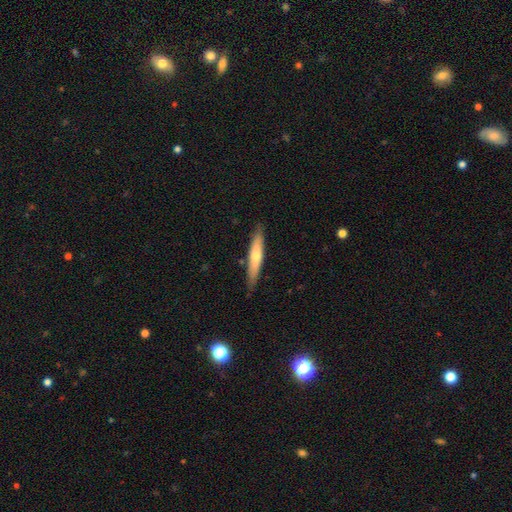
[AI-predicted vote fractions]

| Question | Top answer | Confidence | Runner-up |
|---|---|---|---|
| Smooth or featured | smooth | 58% | featured or disk (37%) |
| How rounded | cigar-shaped | 86% | in between (12%) |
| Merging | none | 85% | minor disturbance (12%) |